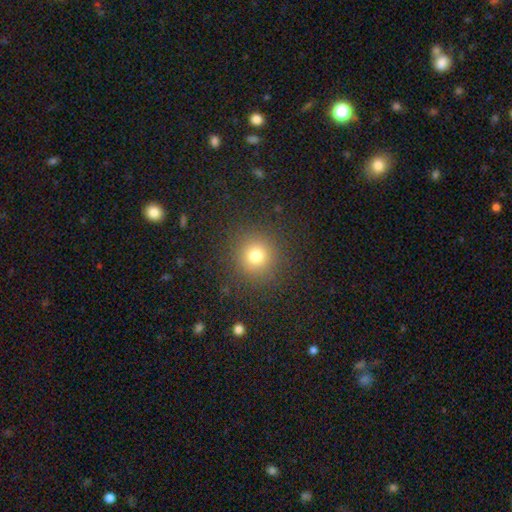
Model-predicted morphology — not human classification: Q: Smooth or featured?
A: smooth (76%); runner-up: star or artifact (16%)
Q: How rounded?
A: round (93%); runner-up: in between (6%)
Q: Merging?
A: none (89%); runner-up: minor disturbance (7%)